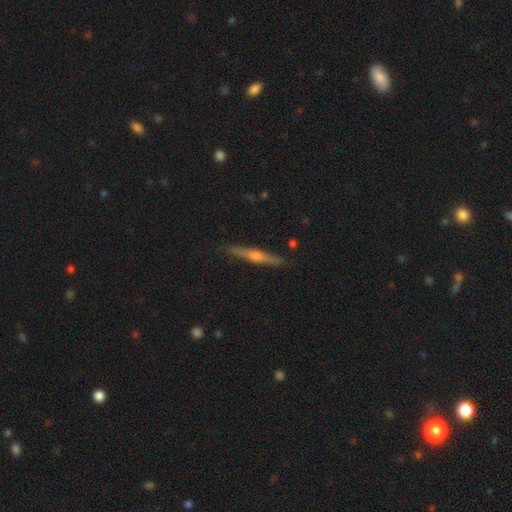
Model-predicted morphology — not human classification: The model was most divided on "smooth or featured": featured or disk: 64%, smooth: 30%, star or artifact: 6%. More confident: edge-on disk — yes (97%); merging — none (89%); edge-on bulge — rounded (85%).